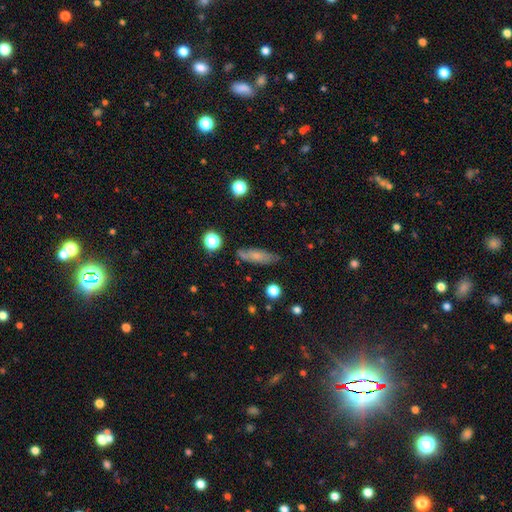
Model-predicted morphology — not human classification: A smooth galaxy with no disk features (65%) that is cigar-shaped (49%).

Vote fractions:
- Smooth or featured? smooth: 65% / featured or disk: 25% / star or artifact: 10%
- How rounded? cigar-shaped: 49% / in between: 47% / round: 4%
- Merging? none: 76% / minor disturbance: 17% / major disturbance: 4% / merger: 3%